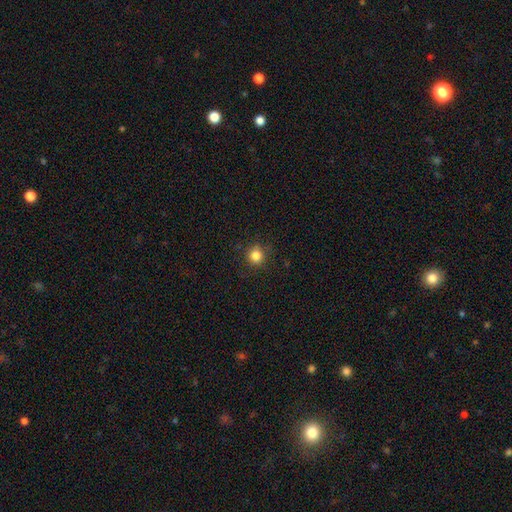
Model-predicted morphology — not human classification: The model was most divided on "smooth or featured": smooth: 83%, star or artifact: 12%, featured or disk: 5%. More confident: how rounded — round (92%); merging — none (87%).